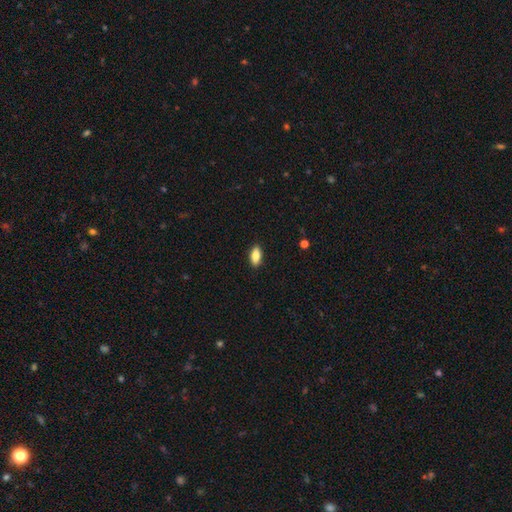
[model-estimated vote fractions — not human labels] Q: Smooth or featured?
A: smooth (83%); runner-up: featured or disk (10%)
Q: How rounded?
A: in between (87%); runner-up: cigar-shaped (10%)
Q: Merging?
A: none (89%); runner-up: minor disturbance (8%)